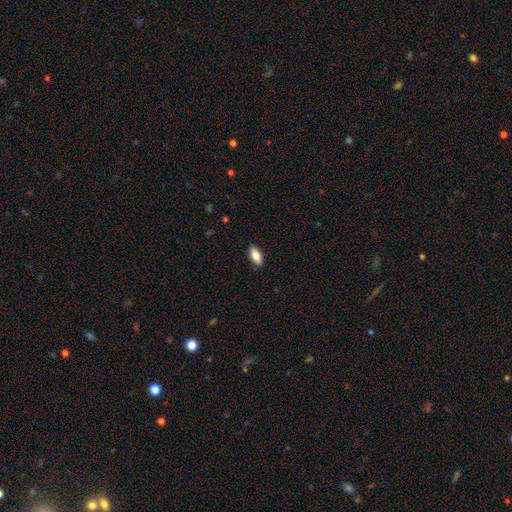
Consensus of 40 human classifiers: smooth 88%, star or artifact 8%, featured or disk 5%. Down the decision tree: how rounded — in between (69%); merging — none (92%).